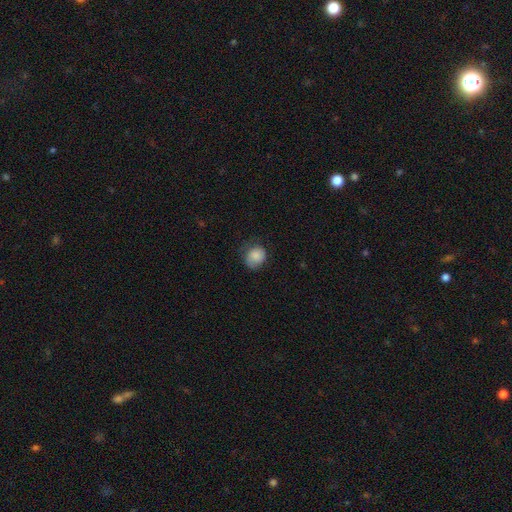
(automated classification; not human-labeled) A smooth galaxy with no disk features (80%) that is round (70%). Merging: none (62%).